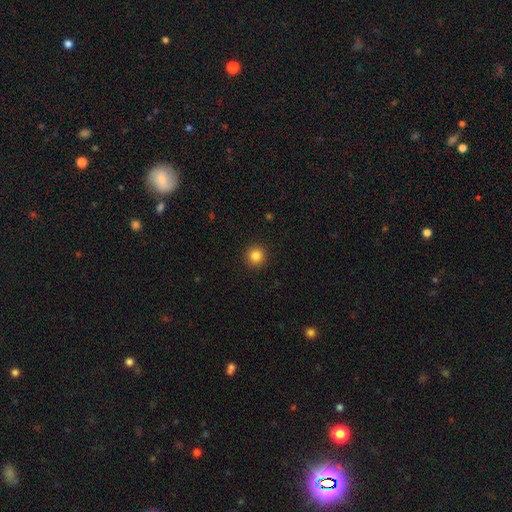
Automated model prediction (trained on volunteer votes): Morphology: type=smooth (85%); roundness=round (95%); merging=none (93%).